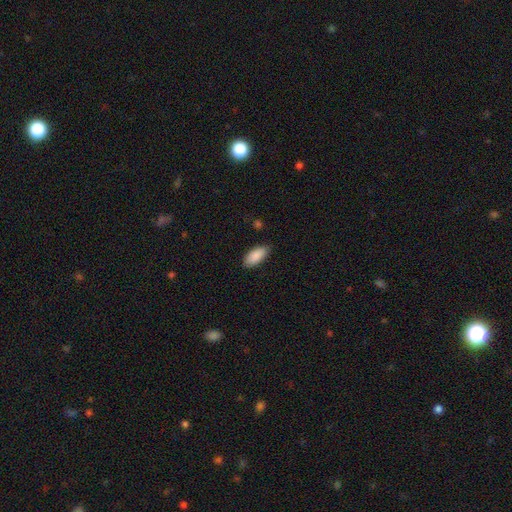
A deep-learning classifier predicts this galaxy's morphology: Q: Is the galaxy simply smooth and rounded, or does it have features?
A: smooth — 89%.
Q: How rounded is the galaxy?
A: in between — 89%.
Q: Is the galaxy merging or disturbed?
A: none — 84%.